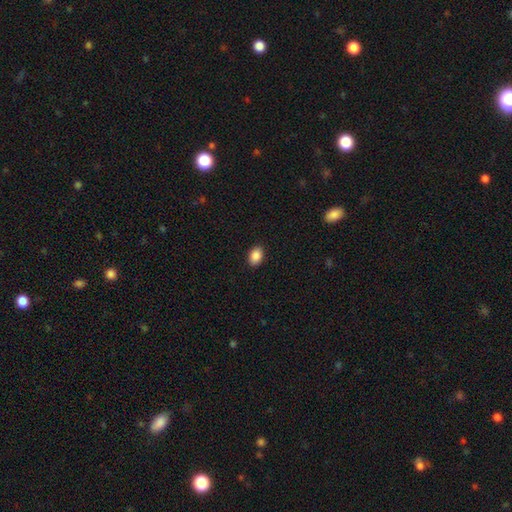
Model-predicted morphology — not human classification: Q: Smooth or featured?
A: smooth (89%); runner-up: star or artifact (8%)
Q: How rounded?
A: in between (82%); runner-up: round (17%)
Q: Merging?
A: none (90%); runner-up: minor disturbance (8%)